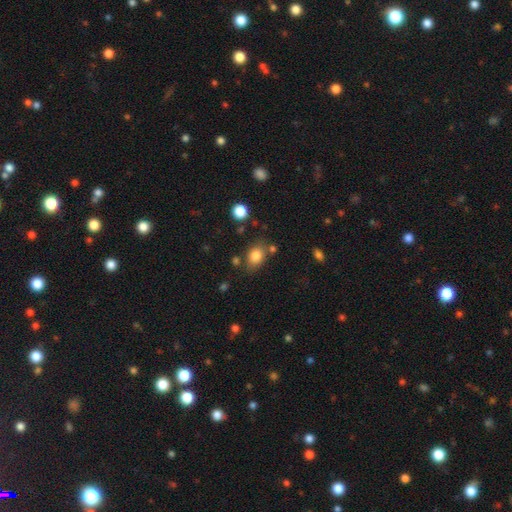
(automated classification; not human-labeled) A smooth galaxy with no disk features (82%) that is in between round and cigar-shaped (65%). Merging: none (71%).